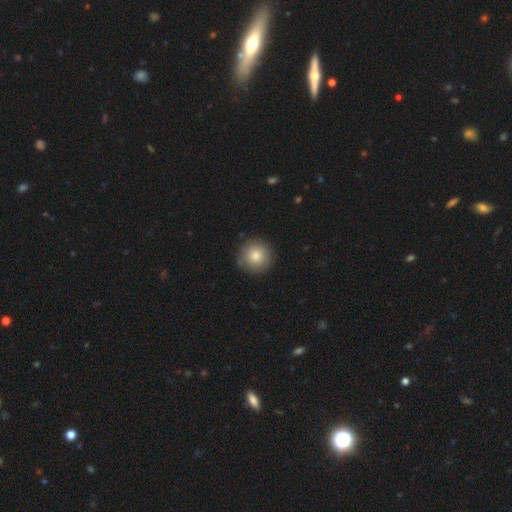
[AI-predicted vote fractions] Q: Smooth or featured?
A: smooth (83%); runner-up: star or artifact (9%)
Q: How rounded?
A: round (96%); runner-up: in between (4%)
Q: Merging?
A: none (88%); runner-up: minor disturbance (8%)